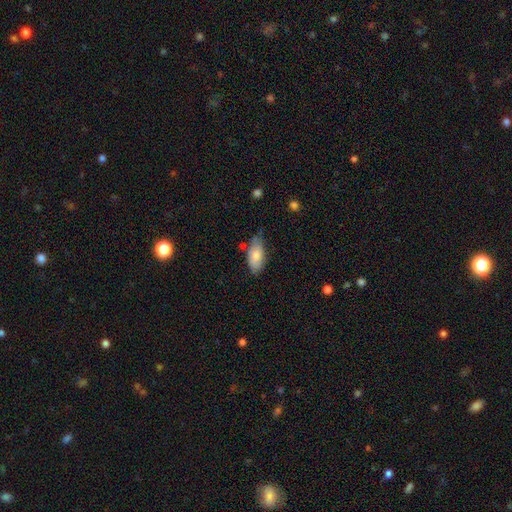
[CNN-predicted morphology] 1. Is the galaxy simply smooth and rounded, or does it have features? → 77% smooth, 16% featured or disk, 6% star or artifact.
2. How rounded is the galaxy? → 91% in between, 6% cigar-shaped, 3% round.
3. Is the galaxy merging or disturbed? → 55% none, 33% minor disturbance, 7% major disturbance, 6% merger.